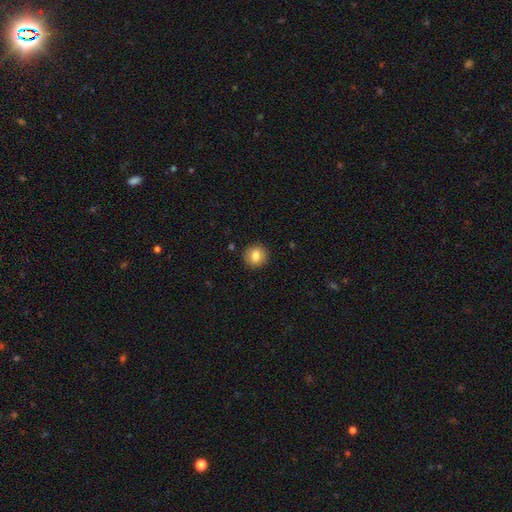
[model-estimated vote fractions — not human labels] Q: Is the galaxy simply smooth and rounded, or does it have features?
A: smooth — 82%.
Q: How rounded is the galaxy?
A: round — 87%.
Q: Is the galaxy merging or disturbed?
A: none — 91%.